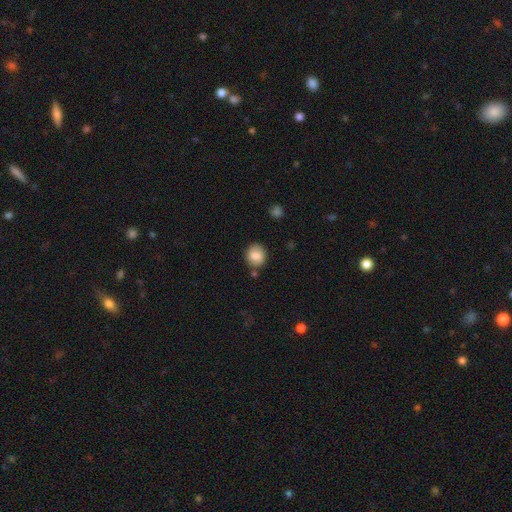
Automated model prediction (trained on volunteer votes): Smooth or featured?
  - smooth: 82% *
  - featured or disk: 10%
  - star or artifact: 9%
How rounded?
  - round: 75% *
  - in between: 24%
  - cigar-shaped: 1%
Merging?
  - none: 79% *
  - minor disturbance: 12%
  - merger: 6%
  - major disturbance: 3%